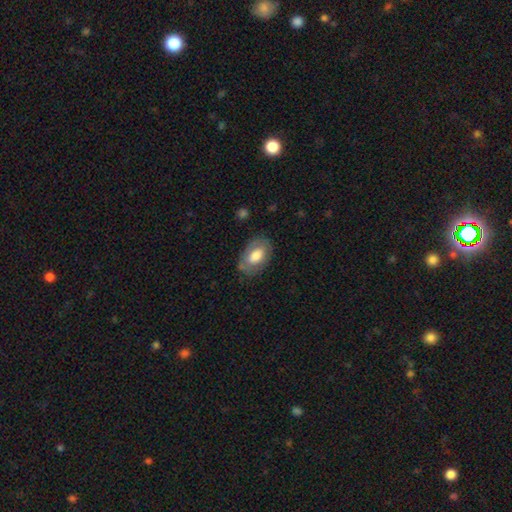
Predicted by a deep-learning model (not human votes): Q: Smooth or featured?
A: smooth (67%); runner-up: featured or disk (27%)
Q: How rounded?
A: in between (91%); runner-up: round (7%)
Q: Merging?
A: none (75%); runner-up: minor disturbance (18%)